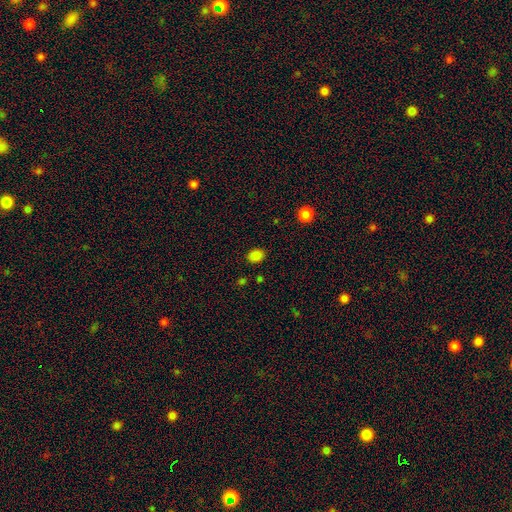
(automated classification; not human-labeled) A smooth galaxy with no disk features (85%) that is in between round and cigar-shaped (58%). Merging: none (87%).